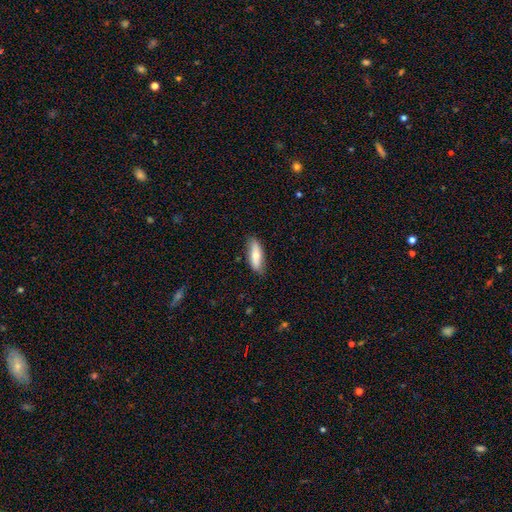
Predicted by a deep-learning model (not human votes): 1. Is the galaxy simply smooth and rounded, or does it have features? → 67% smooth, 27% featured or disk, 6% star or artifact.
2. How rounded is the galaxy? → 64% in between, 33% cigar-shaped, 3% round.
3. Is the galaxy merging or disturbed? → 81% none, 15% minor disturbance, 3% major disturbance, 1% merger.